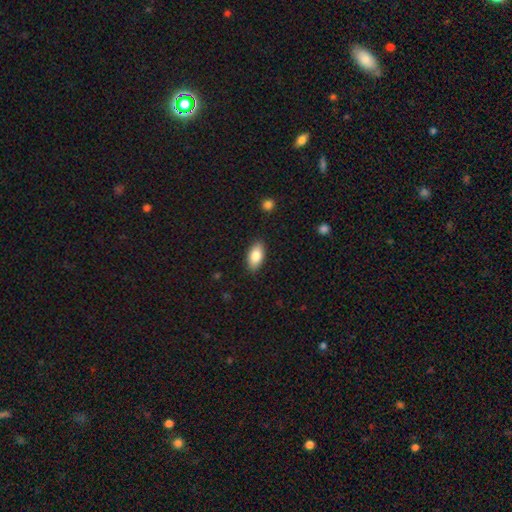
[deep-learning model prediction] smooth-or-featured: smooth: 83% | featured or disk: 10% | star or artifact: 7%
  how-rounded: in between: 92% | cigar-shaped: 5% | round: 3%
  merging: none: 87% | minor disturbance: 9% | major disturbance: 2% | merger: 1%